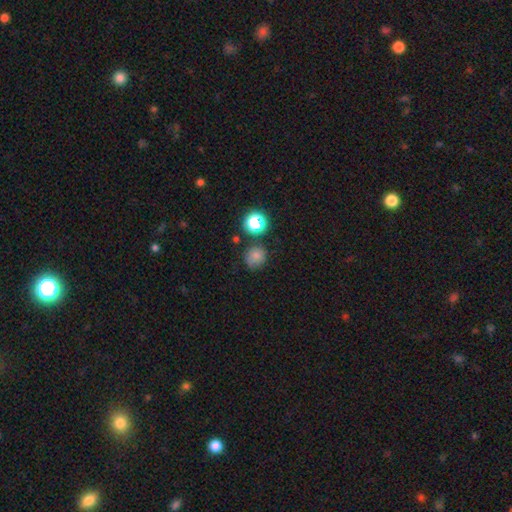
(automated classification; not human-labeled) A smooth galaxy with no disk features (76%) that is round (85%).

Vote fractions:
- Smooth or featured? smooth: 76% / star or artifact: 17% / featured or disk: 7%
- How rounded? round: 85% / in between: 14% / cigar-shaped: 1%
- Merging? none: 71% / minor disturbance: 16% / merger: 8% / major disturbance: 5%